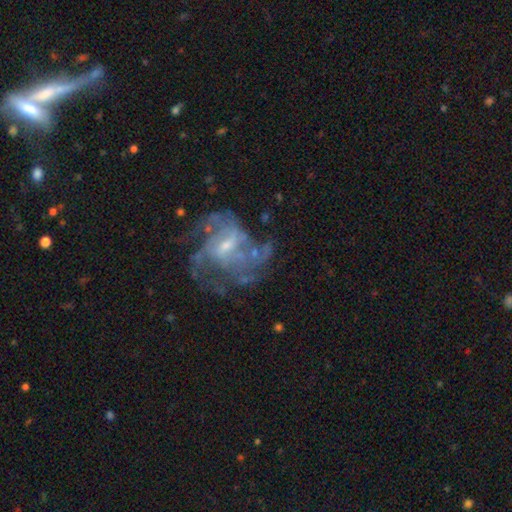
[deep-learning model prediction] This is clearly a featured or disk galaxy (81%). It is clearly not viewed edge-on (98%). Bar: possibly weak (52%). Spiral arm pattern: clearly yes (82%). Spiral arm count: marginally can't tell (37%). Spiral winding: possibly medium (45%). Central bulge: possibly small (59%). Merging: possibly none (47%).